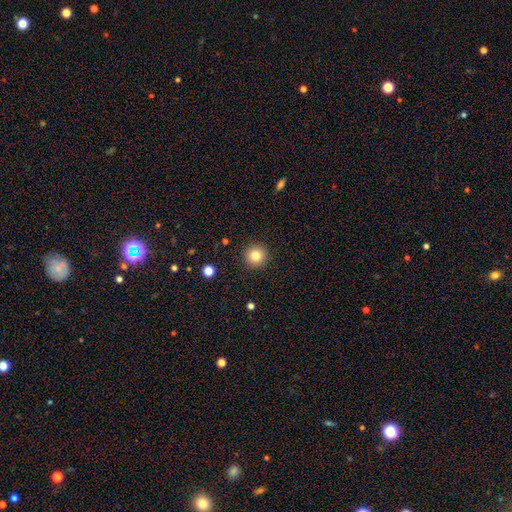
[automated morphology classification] This is clearly a smooth galaxy (82%). How rounded: clearly round (95%). Merging: clearly none (92%).